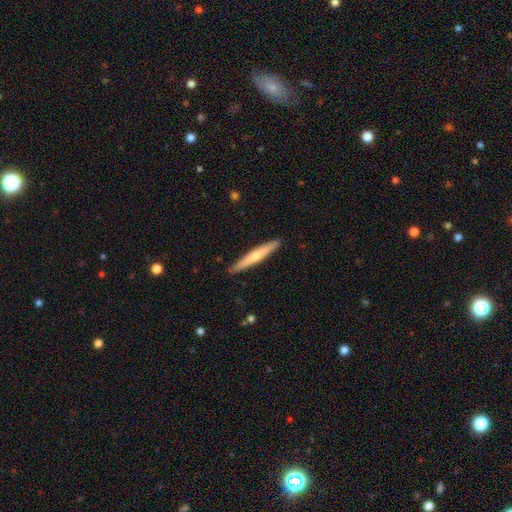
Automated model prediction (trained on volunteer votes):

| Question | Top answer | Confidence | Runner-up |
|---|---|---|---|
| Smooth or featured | smooth | 51% | featured or disk (44%) |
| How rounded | cigar-shaped | 95% | in between (4%) |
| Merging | none | 91% | minor disturbance (6%) |